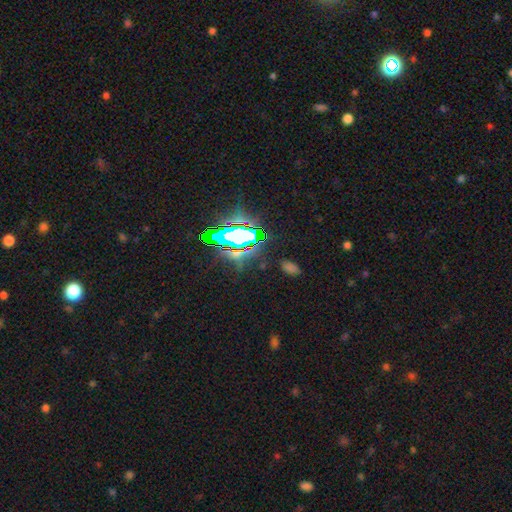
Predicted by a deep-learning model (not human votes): smooth_or_featured: star or artifact (p=0.80) [alt: smooth p=0.11]